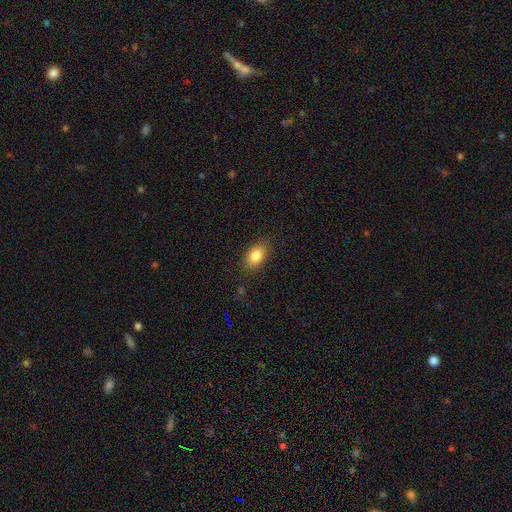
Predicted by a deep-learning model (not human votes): smooth_or_featured: smooth (p=0.83) [alt: featured or disk p=0.09]
how_rounded: in between (p=0.86) [alt: round p=0.11]
merging: none (p=0.86) [alt: minor disturbance p=0.10]